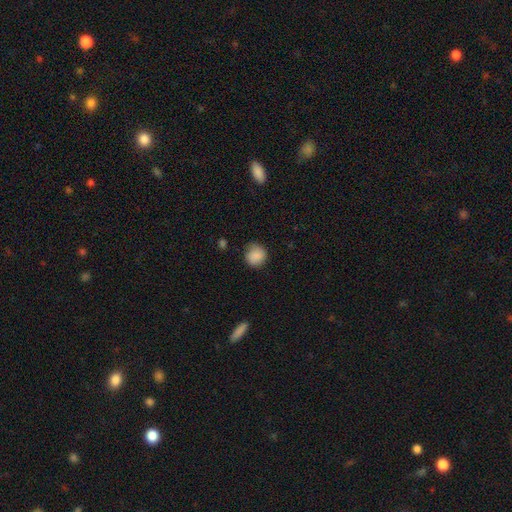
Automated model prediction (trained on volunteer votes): Overall: smooth (84%). How rounded: round (87%). Merging: none (71%).